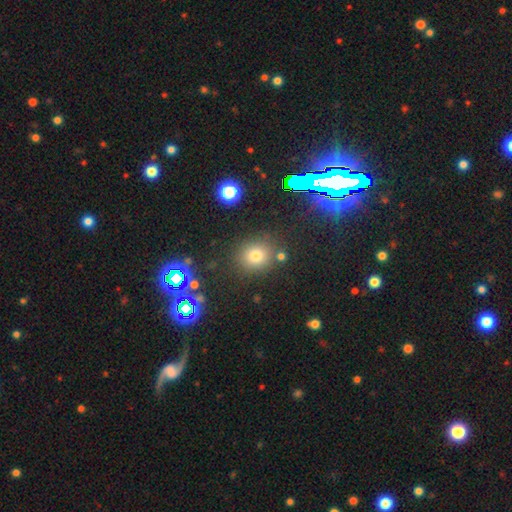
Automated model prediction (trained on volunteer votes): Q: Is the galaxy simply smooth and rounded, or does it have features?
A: smooth — 73%.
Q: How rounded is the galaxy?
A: round — 76%.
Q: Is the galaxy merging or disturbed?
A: none — 81%.